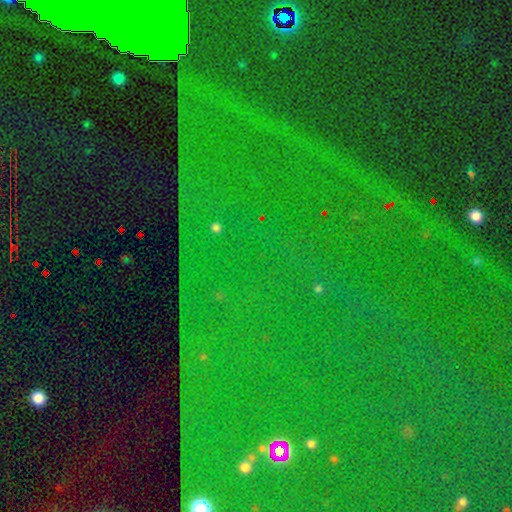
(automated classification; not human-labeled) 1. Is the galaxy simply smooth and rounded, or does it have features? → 85% star or artifact, 8% featured or disk, 7% smooth.